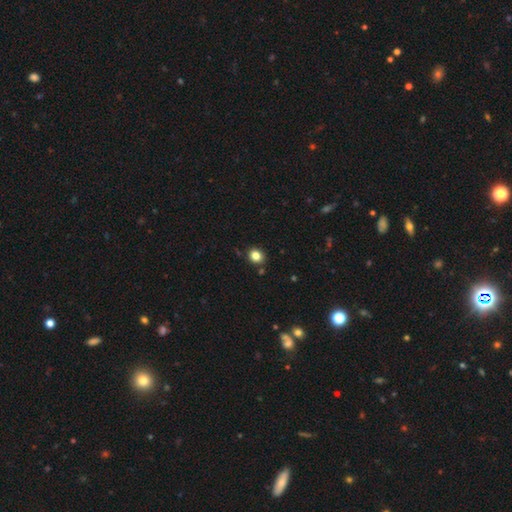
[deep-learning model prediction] This appears to be a smooth galaxy with no disk features (82%) that is round (76%). Merging: none (87%).